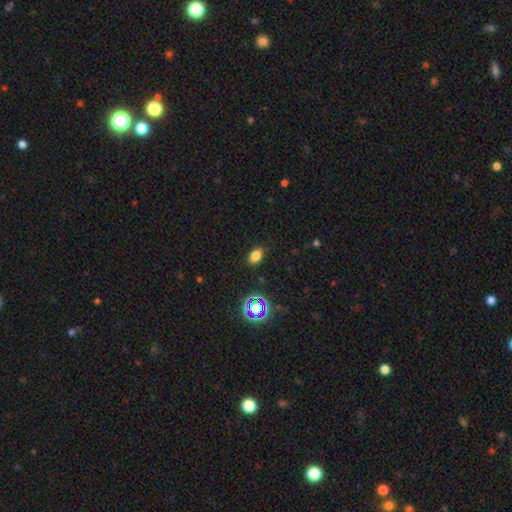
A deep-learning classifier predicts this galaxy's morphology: smooth-or-featured: smooth: 76% | star or artifact: 17% | featured or disk: 7%
  how-rounded: in between: 86% | round: 12% | cigar-shaped: 2%
  merging: none: 86% | minor disturbance: 9% | major disturbance: 3% | merger: 1%